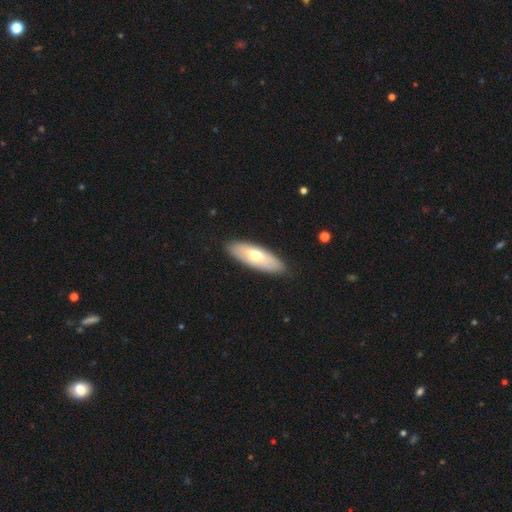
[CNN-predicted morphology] Overall: smooth (54%; featured or disk 41%). How rounded: in between (66%; cigar-shaped 32%). Merging: none (87%).